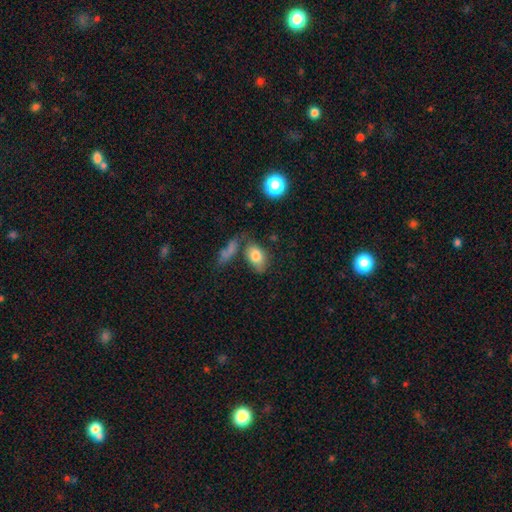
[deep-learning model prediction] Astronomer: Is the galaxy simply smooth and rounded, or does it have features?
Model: smooth — 79%.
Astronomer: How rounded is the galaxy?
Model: in between — 88%.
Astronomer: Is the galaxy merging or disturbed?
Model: none — 54%.